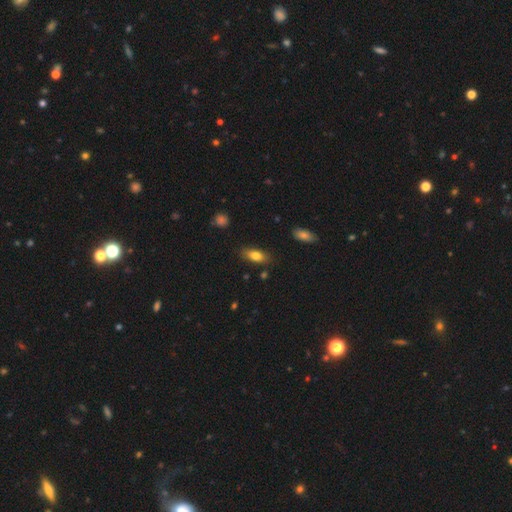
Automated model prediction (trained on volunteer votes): Overall: smooth (79%). How rounded: in between (82%). Merging: none (82%).